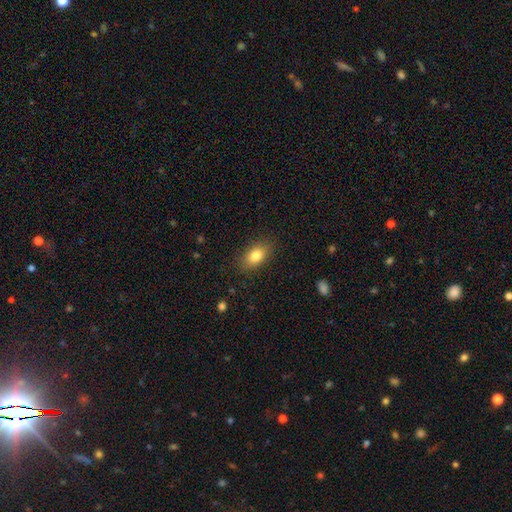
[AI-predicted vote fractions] smooth 82%, featured or disk 10%, star or artifact 8%. Down the decision tree: how rounded — in between (87%); merging — none (85%).